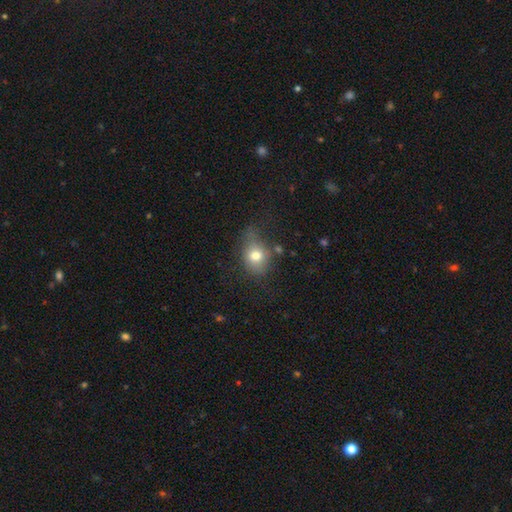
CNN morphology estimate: Smooth or featured?
  - smooth: 74% *
  - featured or disk: 14%
  - star or artifact: 11%
How rounded?
  - round: 50% *
  - in between: 48%
  - cigar-shaped: 1%
Merging?
  - none: 51% *
  - minor disturbance: 30%
  - major disturbance: 15%
  - merger: 4%